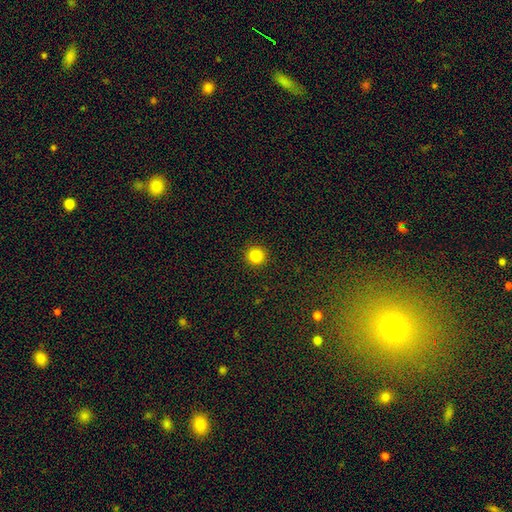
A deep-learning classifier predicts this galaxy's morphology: The model was most divided on "smooth or featured": smooth: 84%, star or artifact: 12%, featured or disk: 4%. More confident: how rounded — round (95%); merging — none (93%).